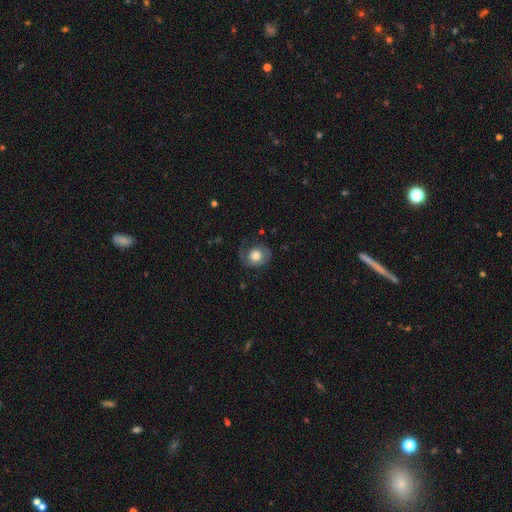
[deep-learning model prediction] The model was most divided on "bulge size": moderate: 44%, large: 41%, small: 7%, dominant: 6%, none: 2%. More confident: edge-on disk — no (97%); spiral arms — yes (85%); bar — no (77%); merging — none (63%); smooth or featured — featured or disk (54%).